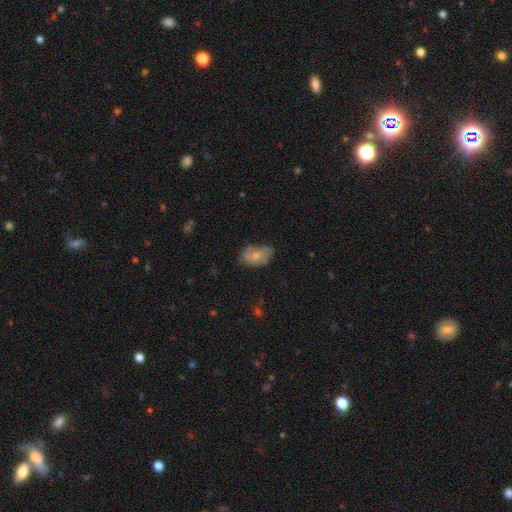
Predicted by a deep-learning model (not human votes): A smooth galaxy with no disk features (63%) that is in between round and cigar-shaped (90%).

Vote fractions:
- Smooth or featured? smooth: 63% / featured or disk: 29% / star or artifact: 8%
- How rounded? in between: 90% / round: 8% / cigar-shaped: 2%
- Merging? none: 55% / minor disturbance: 31% / major disturbance: 11% / merger: 3%